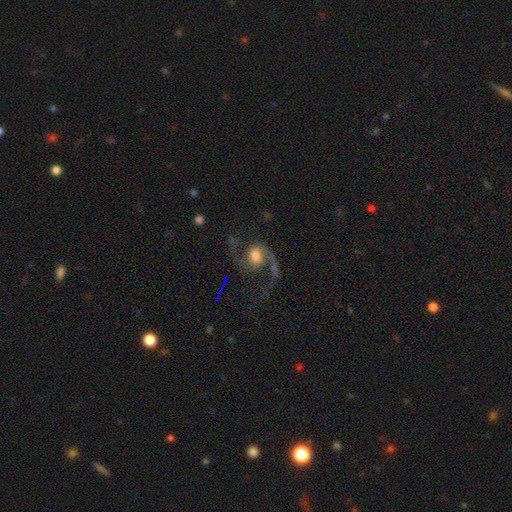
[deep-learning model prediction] Q: Smooth or featured?
A: featured or disk (88%); runner-up: smooth (6%)
Q: Edge-on disk?
A: no (98%); runner-up: yes (2%)
Q: Bar?
A: no (49%); runner-up: weak (39%)
Q: Spiral arms?
A: yes (97%); runner-up: no (3%)
Q: Spiral winding?
A: loose (55%); runner-up: medium (39%)
Q: Spiral arm count?
A: 2 (92%); runner-up: 1 (3%)
Q: Bulge size?
A: moderate (51%); runner-up: large (30%)
Q: Merging?
A: none (65%); runner-up: major disturbance (17%)